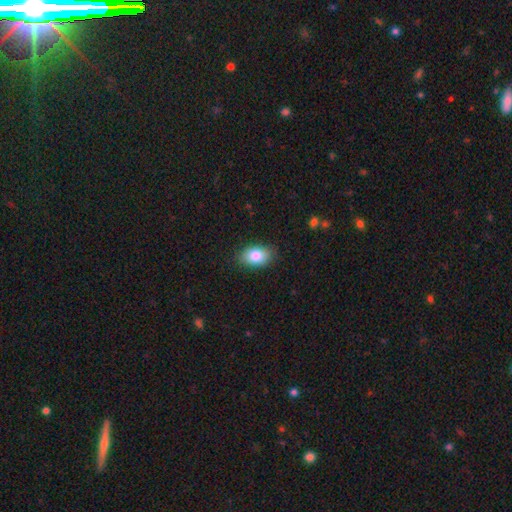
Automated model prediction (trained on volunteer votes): The model was most divided on "merging": none: 84%, minor disturbance: 12%, major disturbance: 3%, merger: 1%. More confident: how rounded — in between (89%); smooth or featured — smooth (84%).